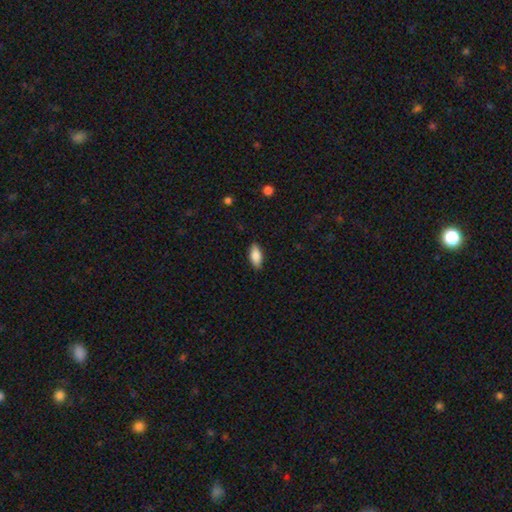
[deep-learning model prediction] Smooth or featured? Predicted: smooth (p=0.84). How rounded? Predicted: in between (p=0.86). Merging? Predicted: none (p=0.86).